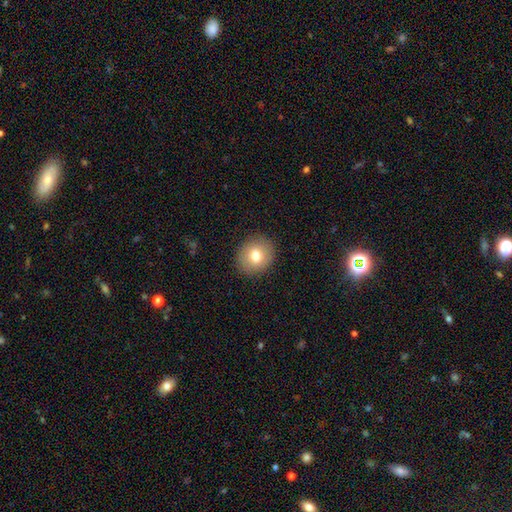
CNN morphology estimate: smooth-or-featured: smooth: 76% | featured or disk: 14% | star or artifact: 10%
  how-rounded: round: 78% | in between: 22% | cigar-shaped: 1%
  merging: none: 90% | minor disturbance: 7% | major disturbance: 2% | merger: 1%